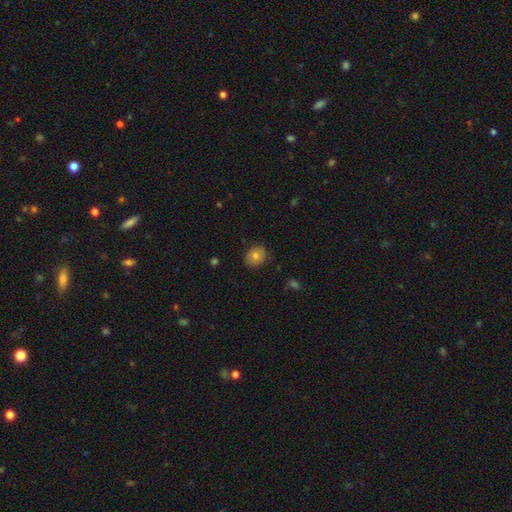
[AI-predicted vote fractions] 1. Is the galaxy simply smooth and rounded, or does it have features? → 74% smooth, 17% featured or disk, 9% star or artifact.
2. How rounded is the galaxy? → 64% round, 35% in between, 1% cigar-shaped.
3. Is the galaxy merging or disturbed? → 82% none, 14% minor disturbance, 3% major disturbance, 1% merger.